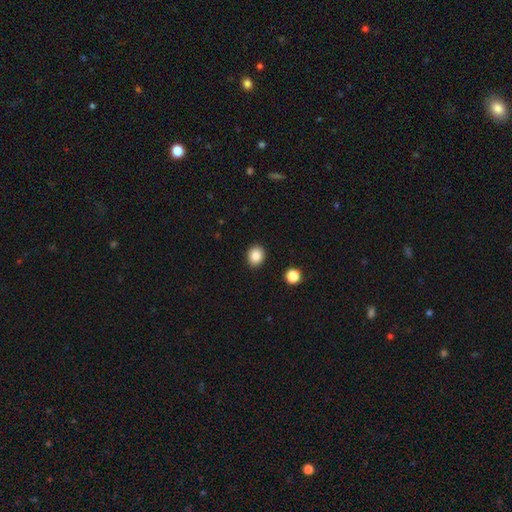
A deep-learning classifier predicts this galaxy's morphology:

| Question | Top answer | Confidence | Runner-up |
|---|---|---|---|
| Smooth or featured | smooth | 86% | star or artifact (9%) |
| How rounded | round | 63% | in between (37%) |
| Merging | none | 90% | minor disturbance (6%) |